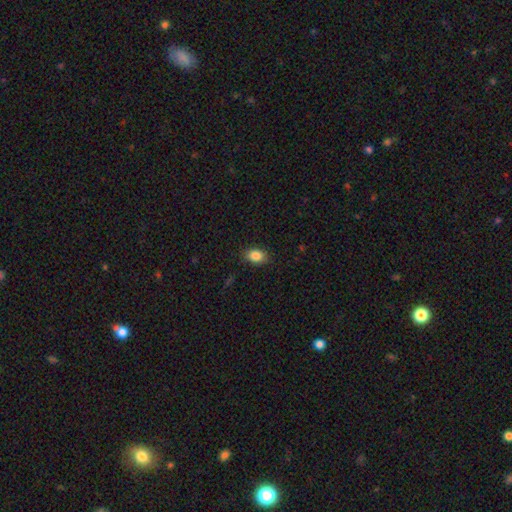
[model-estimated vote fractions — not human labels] A smooth galaxy with no disk features (86%) that is in between round and cigar-shaped (78%).

Vote fractions:
- Smooth or featured? smooth: 86% / star or artifact: 9% / featured or disk: 5%
- How rounded? in between: 78% / round: 21% / cigar-shaped: 1%
- Merging? none: 87% / minor disturbance: 10% / major disturbance: 2% / merger: 1%